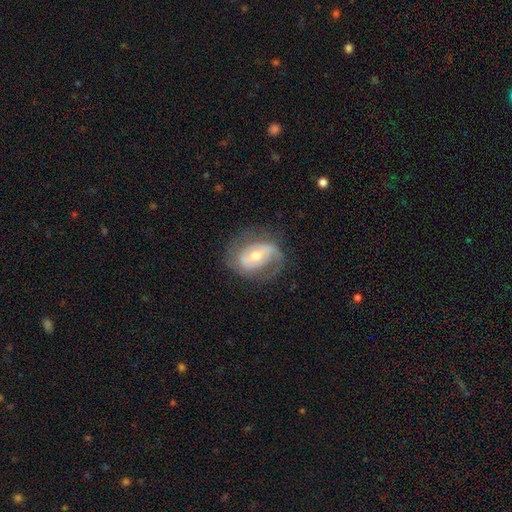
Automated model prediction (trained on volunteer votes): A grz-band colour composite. It shows a featured or disk galaxy (77%) with a weak bar (43%), 2 (62%) medium (43%) spiral arms (87%) and a moderate central bulge (63%). Merging: none (64%).